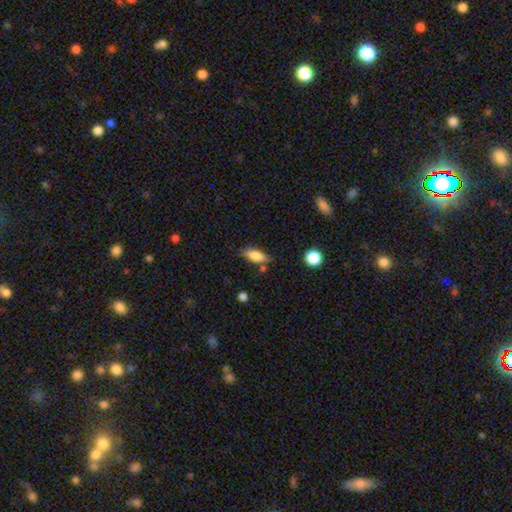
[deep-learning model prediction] This is likely a smooth galaxy (78%). How rounded: likely in between (76%). Merging: likely none (71%).